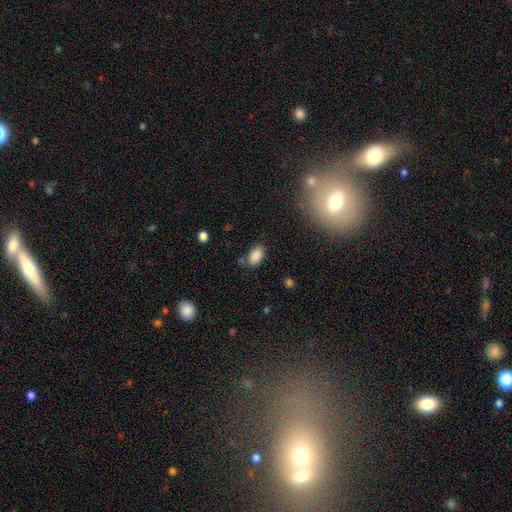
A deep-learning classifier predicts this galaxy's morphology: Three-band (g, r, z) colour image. It shows a smooth galaxy with no disk features (87%) that is in between round and cigar-shaped (92%). Merging: none (73%).